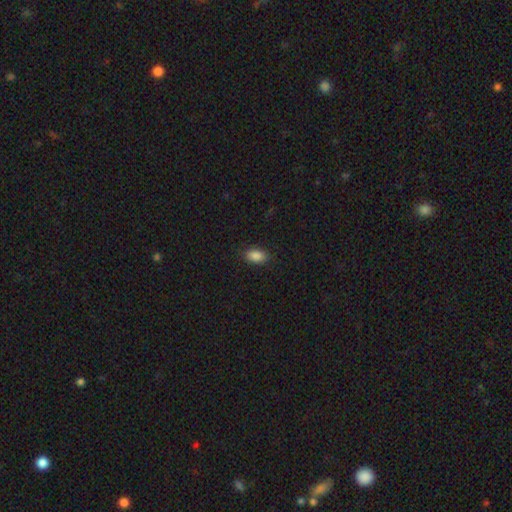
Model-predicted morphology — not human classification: type=smooth (88%); roundness=in between (91%); merging=none (87%).